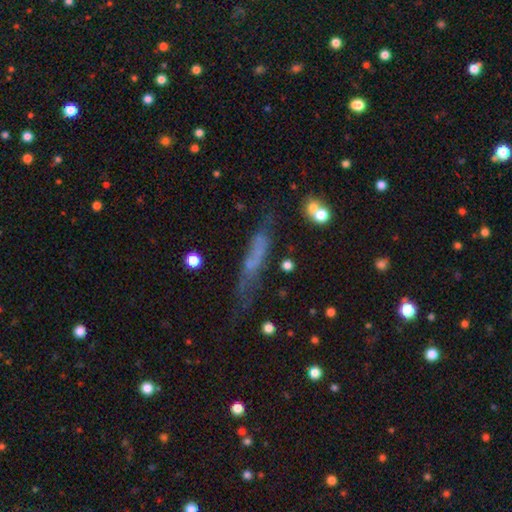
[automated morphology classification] Smooth or featured? smooth (44%)
Merging? none (52%)